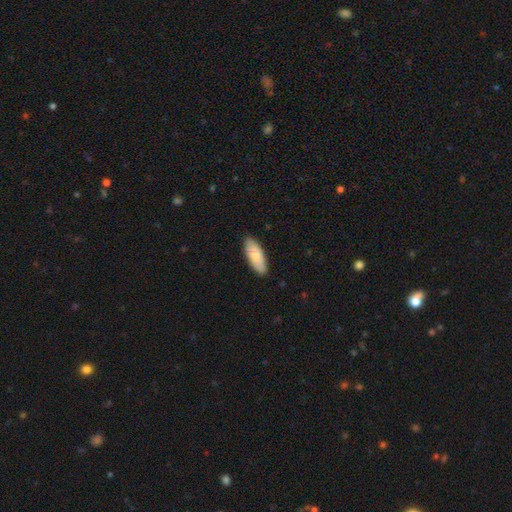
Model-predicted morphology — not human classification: Smooth or featured? Predicted: smooth (p=0.77). How rounded? Predicted: in between (p=0.78). Merging? Predicted: none (p=0.86).